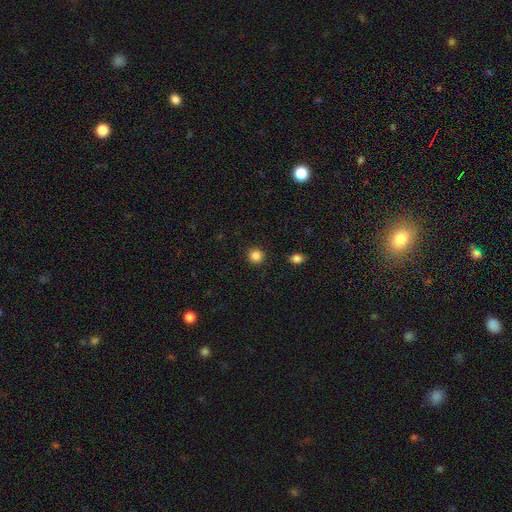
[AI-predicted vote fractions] Q: Smooth or featured?
A: smooth (85%); runner-up: star or artifact (11%)
Q: How rounded?
A: round (94%); runner-up: in between (5%)
Q: Merging?
A: none (91%); runner-up: minor disturbance (5%)